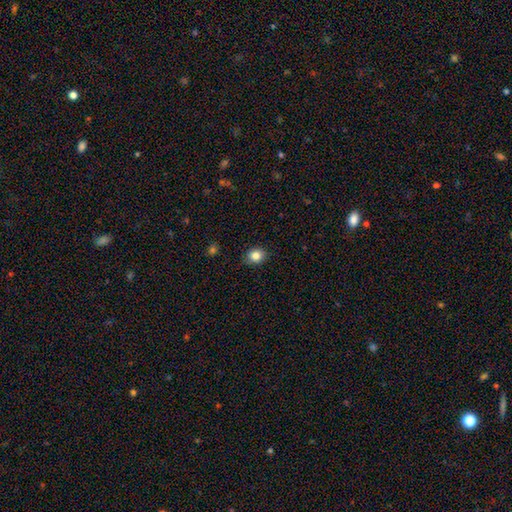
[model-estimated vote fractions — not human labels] Smooth or featured? Predicted: smooth (p=0.84). How rounded? Predicted: round (p=0.66). Merging? Predicted: none (p=0.86).